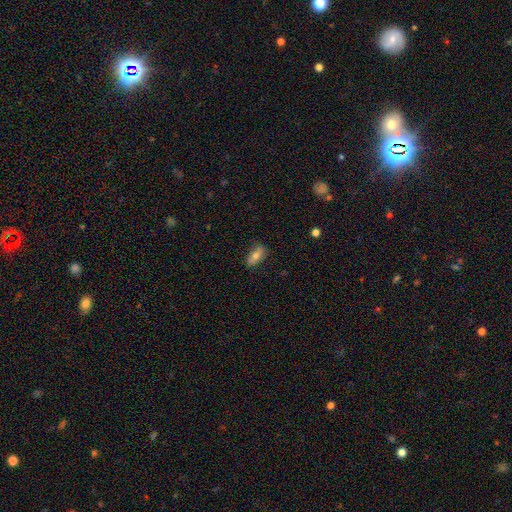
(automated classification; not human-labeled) The model was most divided on "smooth or featured": smooth: 70%, featured or disk: 22%, star or artifact: 8%. More confident: how rounded — in between (81%); merging — none (77%).